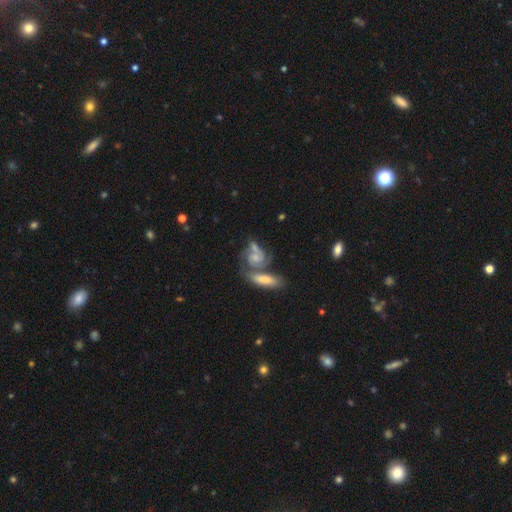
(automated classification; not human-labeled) smooth-or-featured: featured or disk: 73% | smooth: 20% | star or artifact: 7%
  disk-edge-on: no: 94% | yes: 6%
    bar: no: 68% | weak: 26% | strong: 6%
    has-spiral-arms: yes: 92% | no: 8%
      spiral-winding: tight: 48% | medium: 41% | loose: 11%
      spiral-arm-count: 2: 50% | can't tell: 21% | 3: 17% | 1: 5% | 4: 4% | more than 4: 3%
    bulge-size: small: 47% | moderate: 35% | none: 10% | large: 6% | dominant: 2%
  merging: merger: 43% | none: 34% | minor disturbance: 14% | major disturbance: 9%